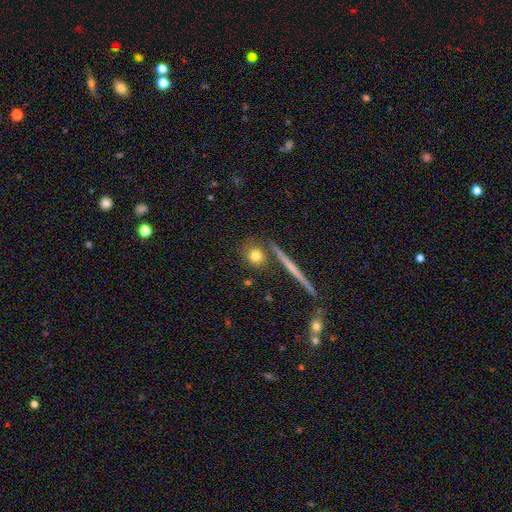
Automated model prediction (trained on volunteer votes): smooth 74%, featured or disk 16%, star or artifact 10%. Down the decision tree: how rounded — round (84%); merging — none (77%).